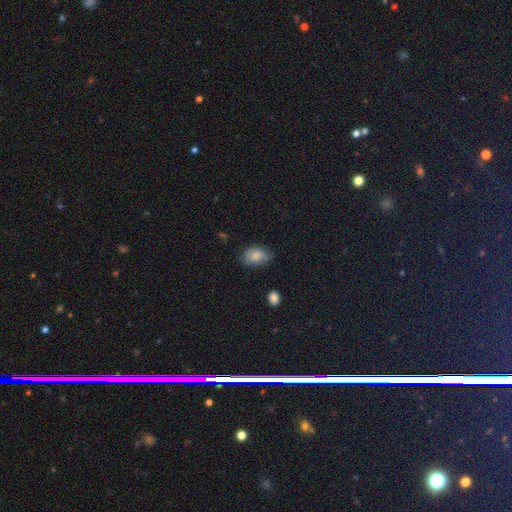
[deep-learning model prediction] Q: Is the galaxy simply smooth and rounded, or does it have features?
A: smooth — 80%.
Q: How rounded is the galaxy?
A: in between — 82%.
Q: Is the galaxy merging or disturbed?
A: none — 66%.